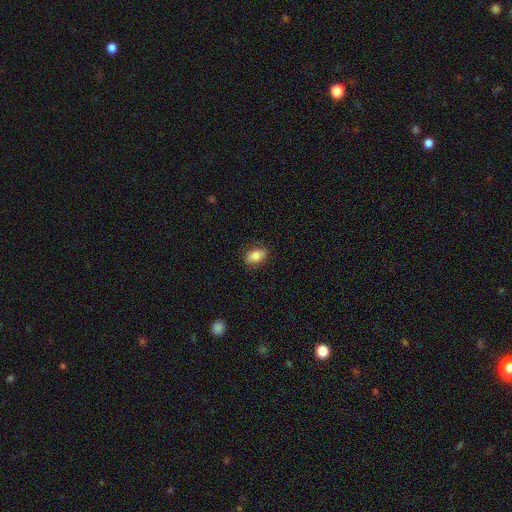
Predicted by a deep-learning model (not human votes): Smooth or featured? Predicted: smooth (p=0.82). How rounded? Predicted: in between (p=0.87). Merging? Predicted: none (p=0.84).